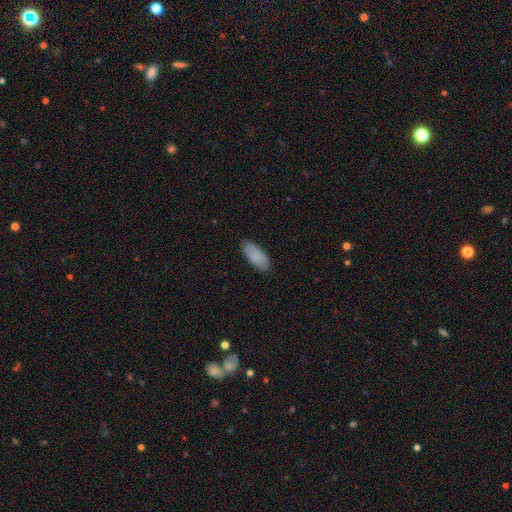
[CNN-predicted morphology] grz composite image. It shows a smooth galaxy with no disk features (87%) that is in between round and cigar-shaped (85%). Merging: none (83%).